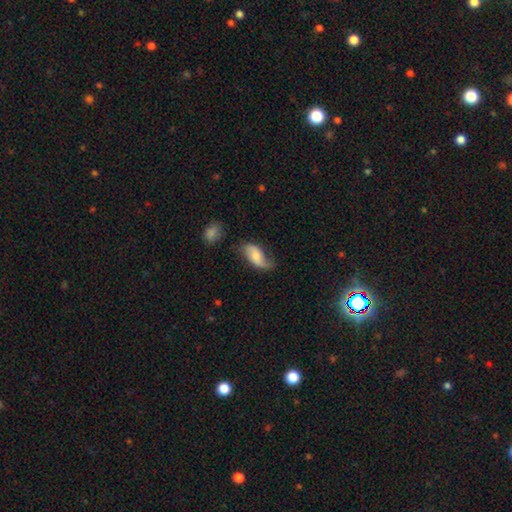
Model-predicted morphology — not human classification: Overall: featured or disk (50%; smooth 44%). Merging: none (51%; minor disturbance 31%).